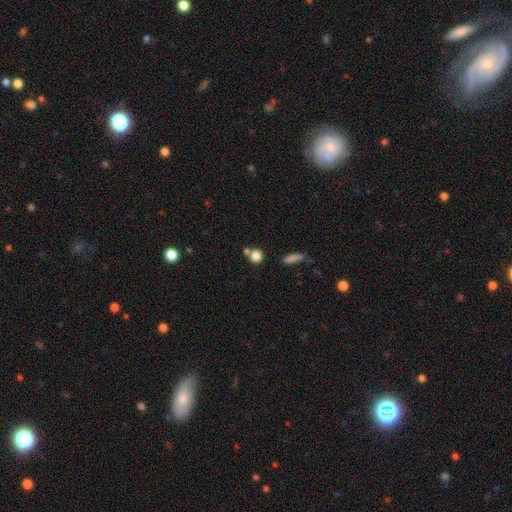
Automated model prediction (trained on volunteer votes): A smooth galaxy with no disk features (82%) that is round (86%).

Vote fractions:
- Smooth or featured? smooth: 82% / star or artifact: 11% / featured or disk: 7%
- How rounded? round: 86% / in between: 12% / cigar-shaped: 2%
- Merging? none: 61% / merger: 26% / minor disturbance: 9% / major disturbance: 4%